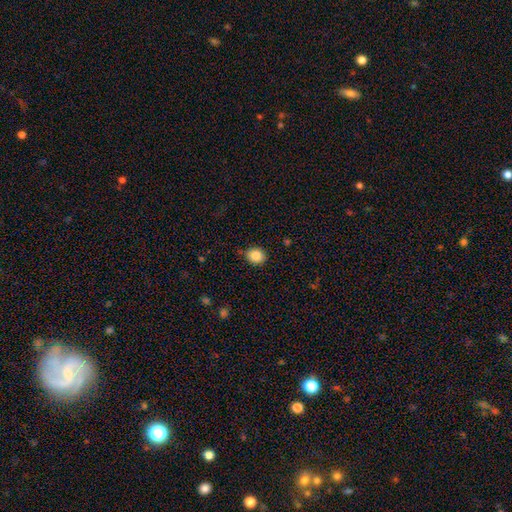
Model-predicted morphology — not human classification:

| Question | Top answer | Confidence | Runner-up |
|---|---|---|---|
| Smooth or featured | smooth | 85% | star or artifact (10%) |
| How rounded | round | 78% | in between (21%) |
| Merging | none | 86% | minor disturbance (10%) |